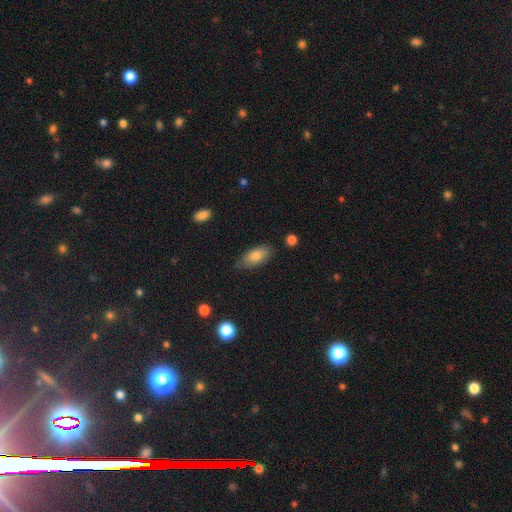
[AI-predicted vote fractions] Smooth or featured: smooth — 79% (featured or disk — 14%)
How rounded: in between — 87% (cigar-shaped — 11%)
Merging: none — 76% (minor disturbance — 19%)